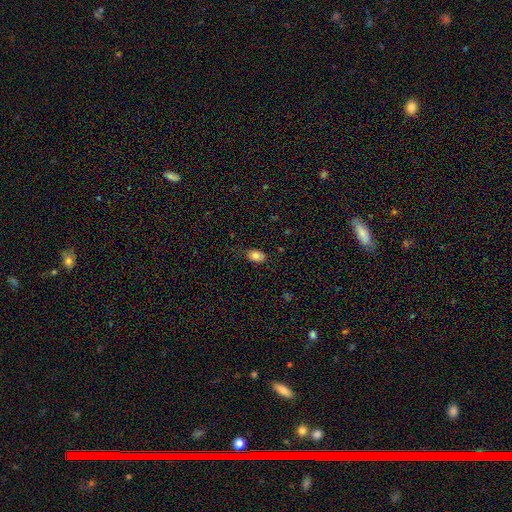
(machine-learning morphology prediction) This is clearly a smooth galaxy (81%). How rounded: clearly in between (83%). Merging: likely none (71%).